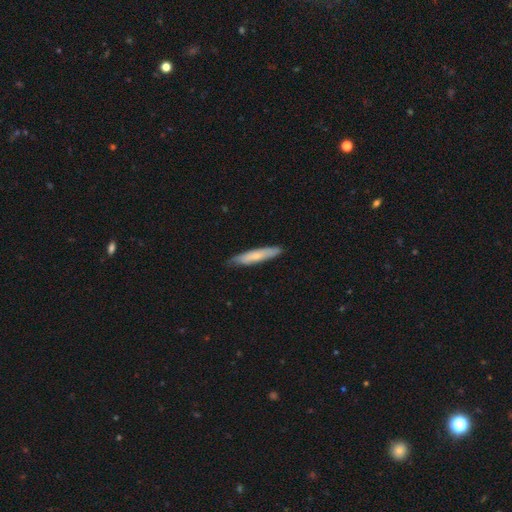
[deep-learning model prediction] Smooth or featured: smooth — 64% (featured or disk — 30%)
How rounded: cigar-shaped — 88% (in between — 10%)
Merging: none — 82% (minor disturbance — 15%)